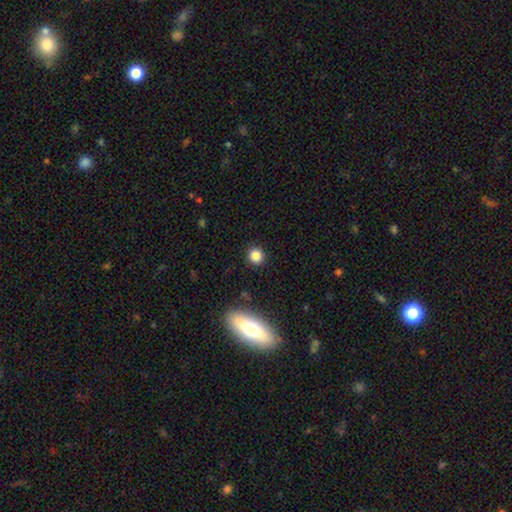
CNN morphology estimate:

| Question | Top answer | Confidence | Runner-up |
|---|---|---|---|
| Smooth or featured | smooth | 83% | star or artifact (12%) |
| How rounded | round | 90% | in between (9%) |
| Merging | none | 91% | minor disturbance (6%) |